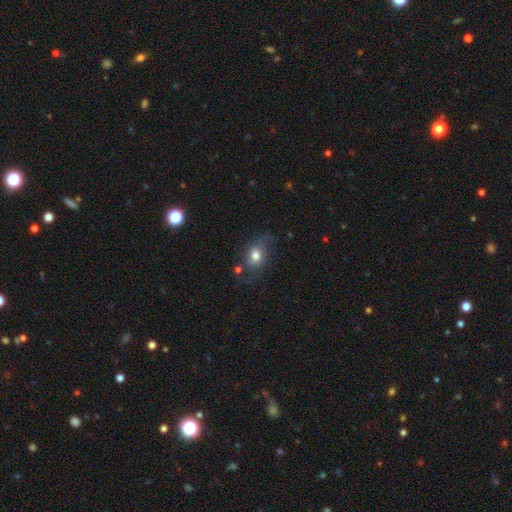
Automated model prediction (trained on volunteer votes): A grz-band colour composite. It shows a smooth galaxy with no disk features (65%) that is in between round and cigar-shaped (63%). Merging: none (51%).